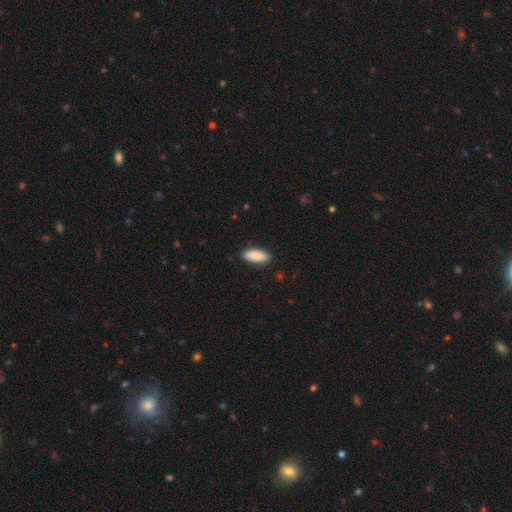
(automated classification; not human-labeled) smooth-or-featured: smooth: 88% | featured or disk: 7% | star or artifact: 6%
  how-rounded: in between: 73% | cigar-shaped: 25% | round: 2%
  merging: none: 89% | minor disturbance: 9% | major disturbance: 2% | merger: 1%